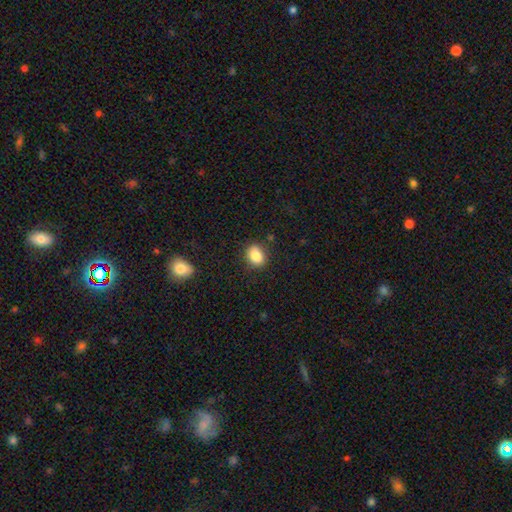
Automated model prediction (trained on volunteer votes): smooth_or_featured: smooth (p=0.85) [alt: star or artifact p=0.09]
how_rounded: in between (p=0.61) [alt: round p=0.38]
merging: none (p=0.85) [alt: minor disturbance p=0.11]